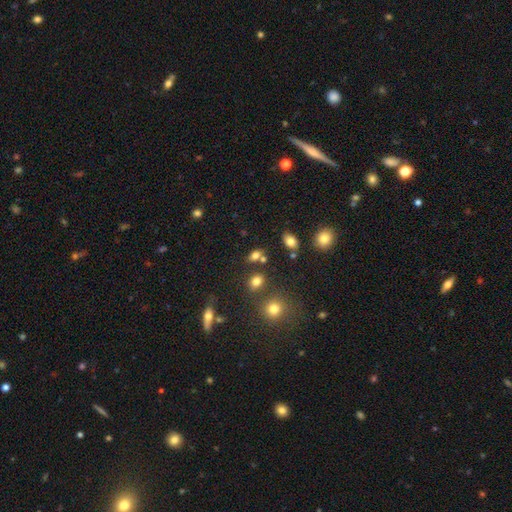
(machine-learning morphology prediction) Smooth or featured: smooth — 76% (star or artifact — 13%)
How rounded: in between — 78% (round — 19%)
Merging: none — 61% (merger — 22%)